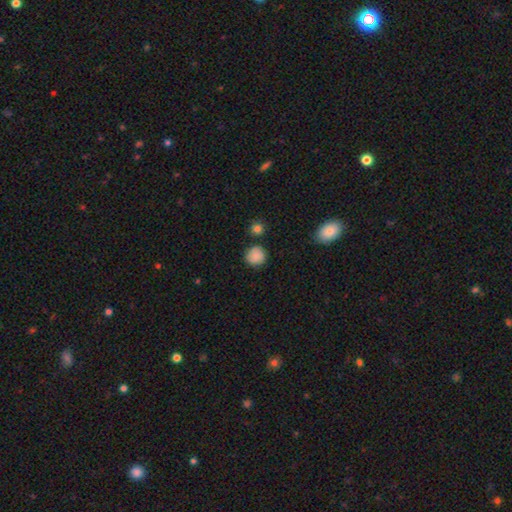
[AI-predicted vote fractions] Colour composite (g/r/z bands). It shows a smooth galaxy with no disk features (86%) that is round (90%). Merging: none (80%).